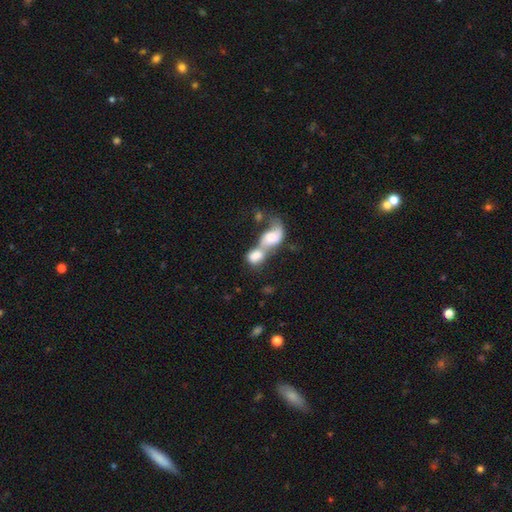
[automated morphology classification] Overall: smooth (65%; featured or disk 26%). How rounded: in between (67%; round 29%). Merging: merger (82%).